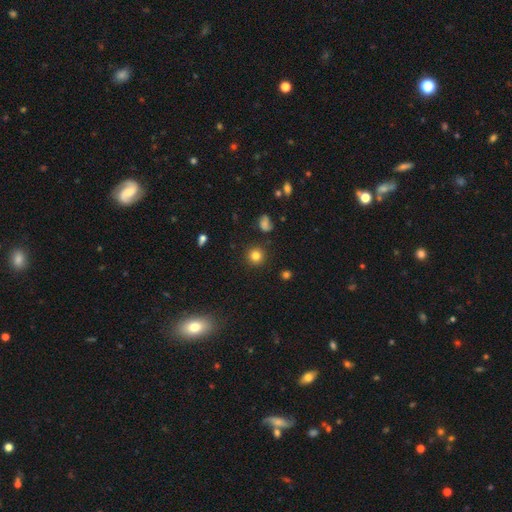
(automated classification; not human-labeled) This appears to be a smooth galaxy with no disk features (82%) that is round (93%). Merging: none (90%).